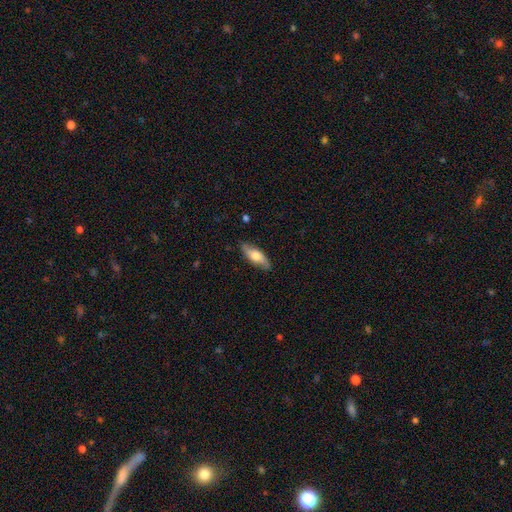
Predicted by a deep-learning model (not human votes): smooth-or-featured: smooth: 56% | featured or disk: 38% | star or artifact: 6%
  how-rounded: in between: 66% | cigar-shaped: 31% | round: 3%
  merging: none: 83% | minor disturbance: 13% | major disturbance: 2% | merger: 1%